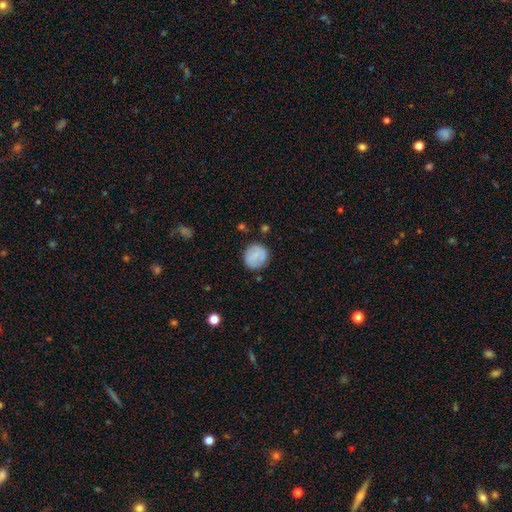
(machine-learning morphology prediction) This is likely a smooth galaxy (74%). How rounded: clearly round (89%). Merging: clearly none (82%).